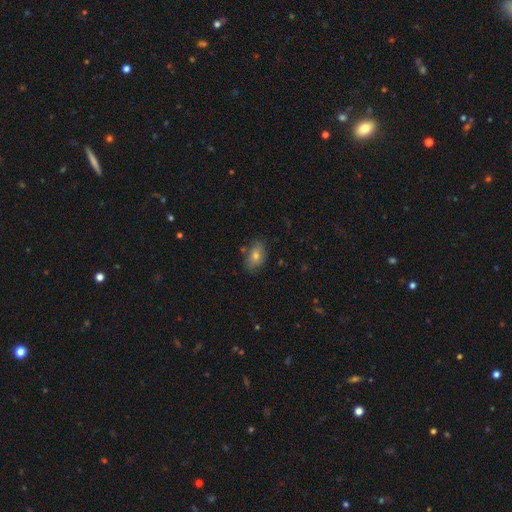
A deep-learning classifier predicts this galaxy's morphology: A smooth galaxy with no disk features (70%) that is in between round and cigar-shaped (86%).

Vote fractions:
- Smooth or featured? smooth: 70% / featured or disk: 18% / star or artifact: 12%
- How rounded? in between: 86% / round: 12% / cigar-shaped: 3%
- Merging? none: 80% / minor disturbance: 14% / major disturbance: 3% / merger: 3%